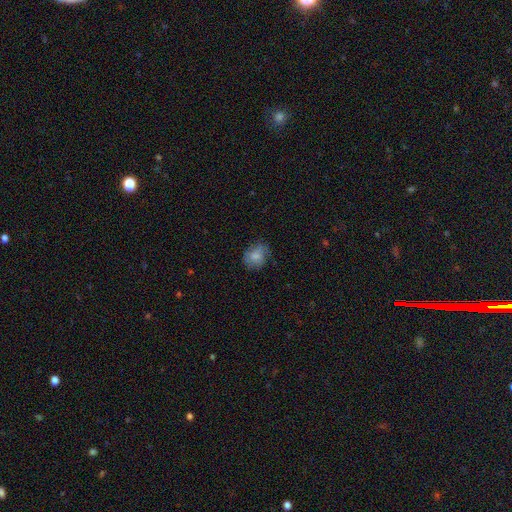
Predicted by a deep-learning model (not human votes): Smooth or featured? Predicted: smooth (p=0.79). How rounded? Predicted: round (p=0.53). Merging? Predicted: none (p=0.67).